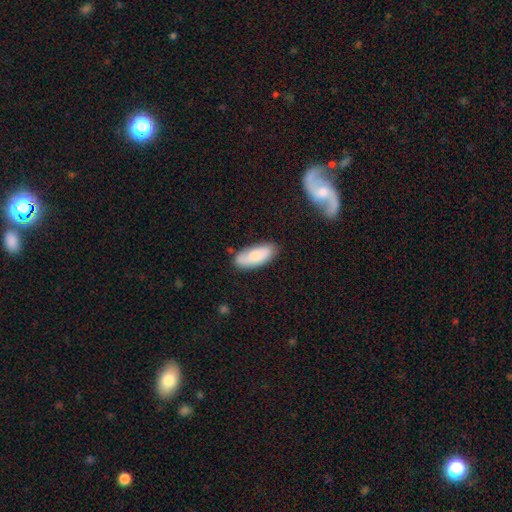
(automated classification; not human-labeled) A smooth galaxy with no disk features (72%) that is in between round and cigar-shaped (83%).

Vote fractions:
- Smooth or featured? smooth: 72% / featured or disk: 22% / star or artifact: 6%
- How rounded? in between: 83% / cigar-shaped: 15% / round: 2%
- Merging? none: 76% / minor disturbance: 18% / major disturbance: 4% / merger: 2%